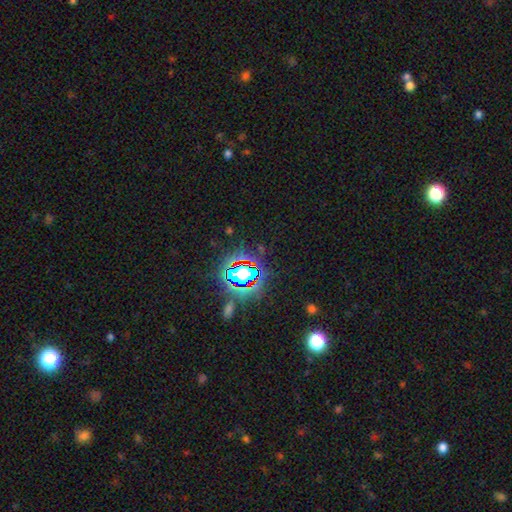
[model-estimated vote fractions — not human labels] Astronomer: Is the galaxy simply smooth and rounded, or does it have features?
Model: star or artifact — 81%.